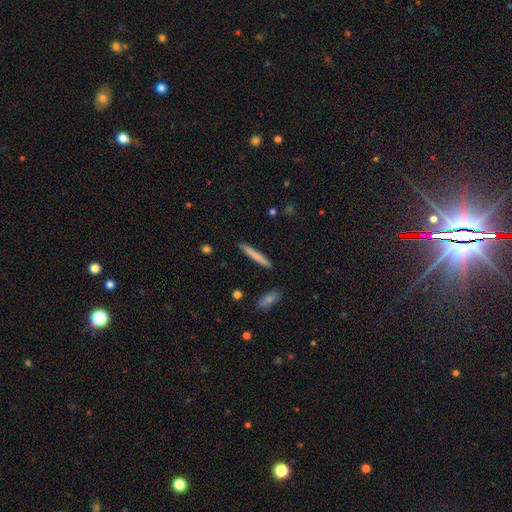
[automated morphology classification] Smooth or featured?
  - smooth: 72% *
  - featured or disk: 22%
  - star or artifact: 5%
How rounded?
  - cigar-shaped: 96% *
  - in between: 3%
  - round: 1%
Merging?
  - none: 91% *
  - minor disturbance: 6%
  - merger: 2%
  - major disturbance: 1%